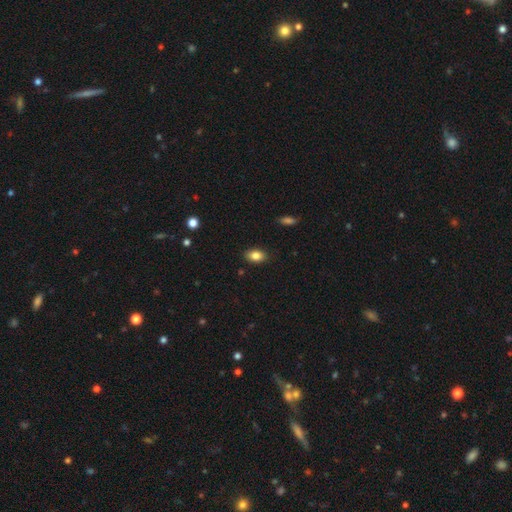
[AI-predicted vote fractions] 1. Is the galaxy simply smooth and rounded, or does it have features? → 84% smooth, 9% star or artifact, 7% featured or disk.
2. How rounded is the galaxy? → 87% in between, 10% round, 2% cigar-shaped.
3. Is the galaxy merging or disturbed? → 87% none, 10% minor disturbance, 2% major disturbance, 1% merger.